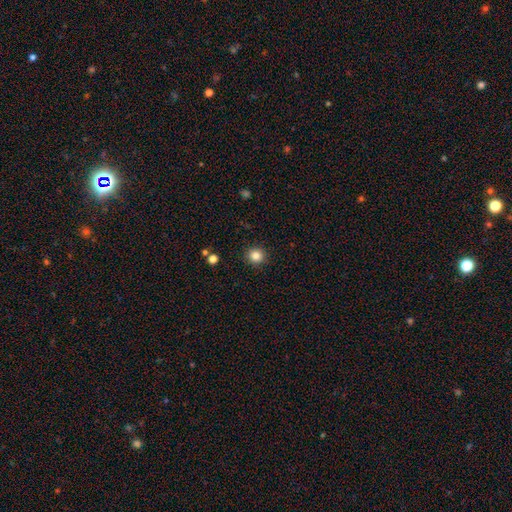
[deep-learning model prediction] This is clearly a smooth galaxy (84%). How rounded: clearly round (91%). Merging: clearly none (92%).